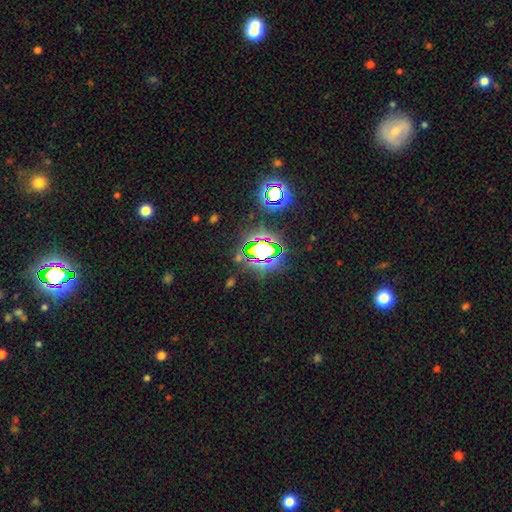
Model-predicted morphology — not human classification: type=star or artifact (80%).